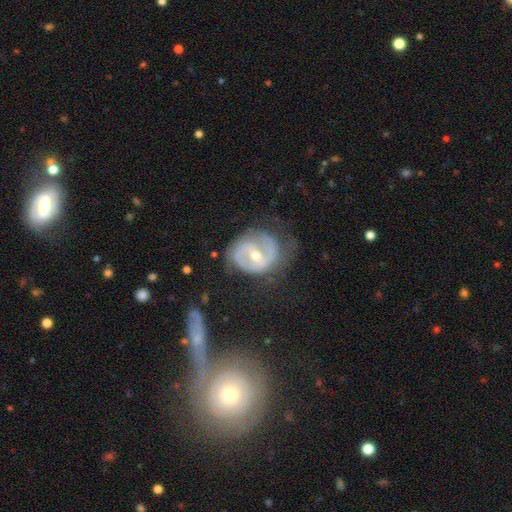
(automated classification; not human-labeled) Overall: featured or disk (79%). Edge-on disk: no (96%). Bar: weak (44%; strong 30%). Spiral arms: yes (81%). Spiral arm count: 2 (63%). Spiral winding: tight (41%; medium 40%). Bulge size: moderate (55%; small 42%). Merging: none (55%; minor disturbance 25%).